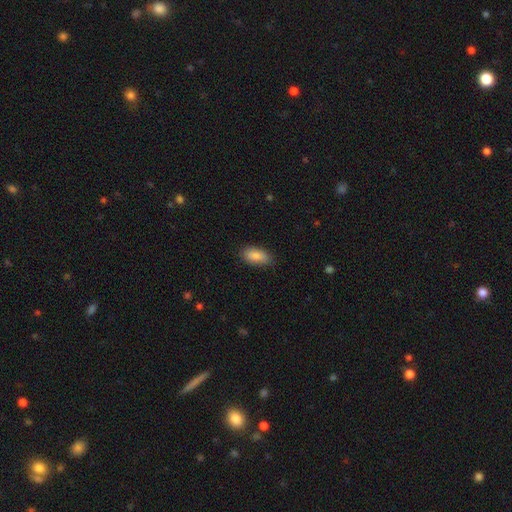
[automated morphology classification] Q: Smooth or featured?
A: smooth (87%); runner-up: star or artifact (6%)
Q: How rounded?
A: in between (89%); runner-up: cigar-shaped (8%)
Q: Merging?
A: none (82%); runner-up: minor disturbance (14%)